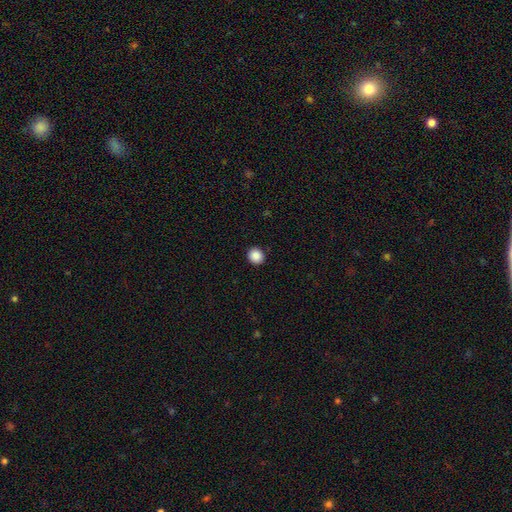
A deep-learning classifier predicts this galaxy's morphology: The model was most divided on "smooth or featured": smooth: 88%, star or artifact: 9%, featured or disk: 2%. More confident: merging — none (92%); how rounded — round (90%).